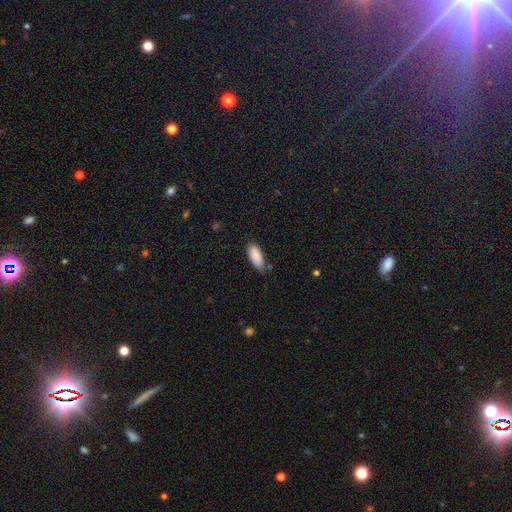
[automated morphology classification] A smooth galaxy with no disk features (89%) that is in between round and cigar-shaped (84%).

Vote fractions:
- Smooth or featured? smooth: 89% / star or artifact: 6% / featured or disk: 5%
- How rounded? in between: 84% / cigar-shaped: 15% / round: 2%
- Merging? none: 67% / minor disturbance: 26% / major disturbance: 4% / merger: 3%